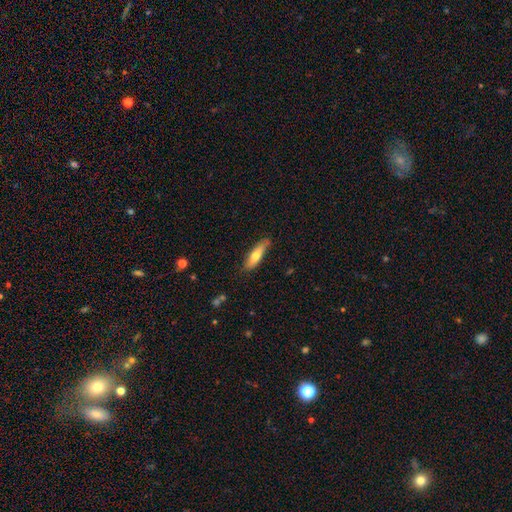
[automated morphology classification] smooth-or-featured: smooth: 66% | featured or disk: 28% | star or artifact: 6%
  how-rounded: cigar-shaped: 64% | in between: 34% | round: 2%
  merging: none: 77% | minor disturbance: 18% | major disturbance: 3% | merger: 2%